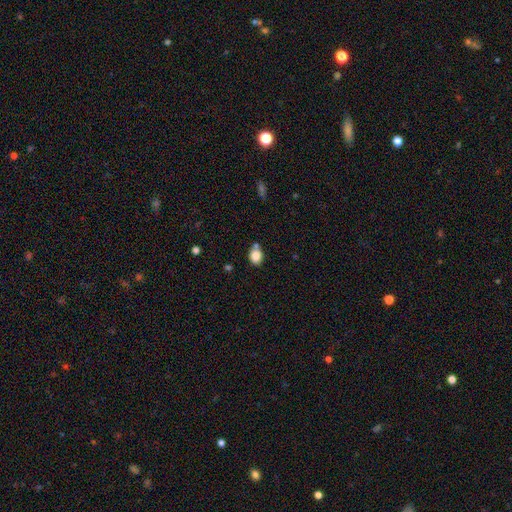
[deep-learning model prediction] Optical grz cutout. It shows a smooth galaxy with no disk features (85%) that is in between round and cigar-shaped (52%). Merging: none (61%).